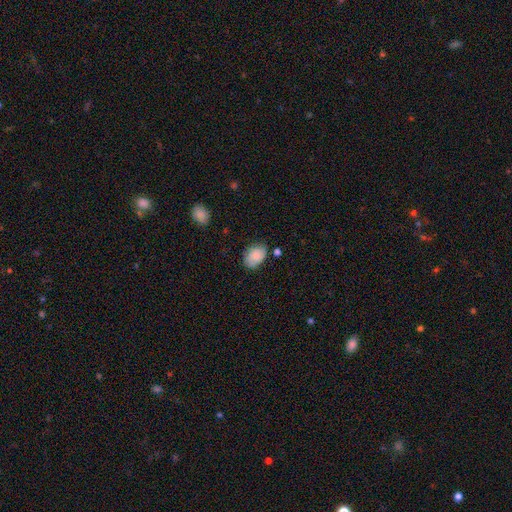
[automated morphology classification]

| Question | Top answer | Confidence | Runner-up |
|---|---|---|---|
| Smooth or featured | smooth | 84% | featured or disk (9%) |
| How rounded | in between | 87% | round (12%) |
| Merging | none | 72% | minor disturbance (21%) |